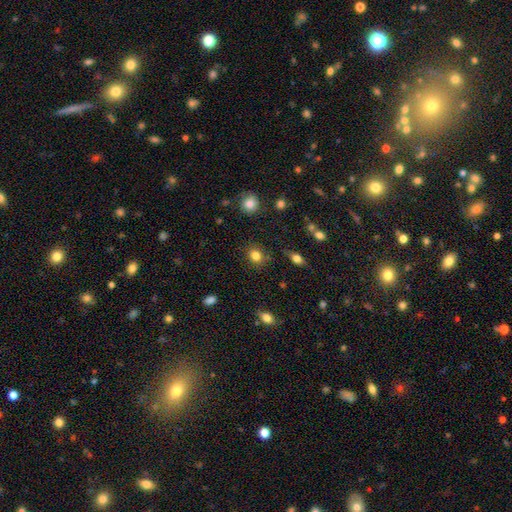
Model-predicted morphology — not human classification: smooth_or_featured: smooth (p=0.83) [alt: star or artifact p=0.11]
how_rounded: round (p=0.72) [alt: in between p=0.27]
merging: none (p=0.84) [alt: minor disturbance p=0.11]